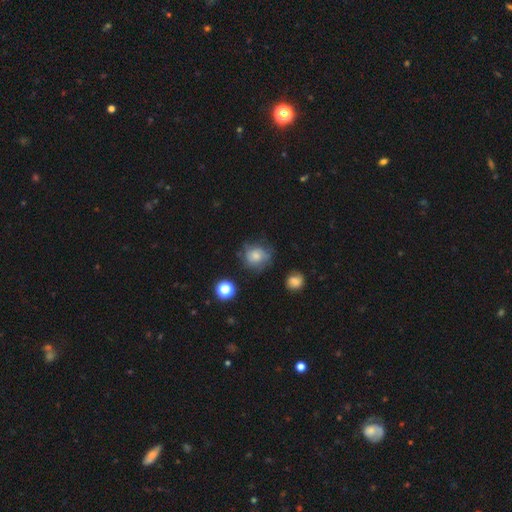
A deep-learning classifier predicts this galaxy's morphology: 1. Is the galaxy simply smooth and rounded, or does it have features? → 67% smooth, 20% featured or disk, 13% star or artifact.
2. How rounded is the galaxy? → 79% round, 20% in between, 1% cigar-shaped.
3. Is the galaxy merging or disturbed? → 60% none, 25% minor disturbance, 12% major disturbance, 3% merger.